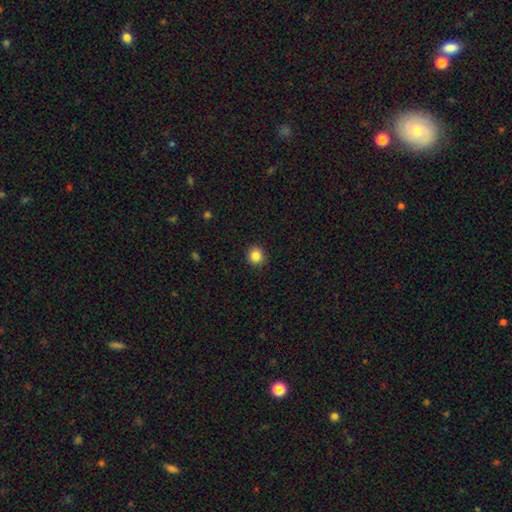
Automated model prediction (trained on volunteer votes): smooth_or_featured: smooth (p=0.86) [alt: star or artifact p=0.10]
how_rounded: round (p=0.90) [alt: in between p=0.09]
merging: none (p=0.91) [alt: minor disturbance p=0.06]